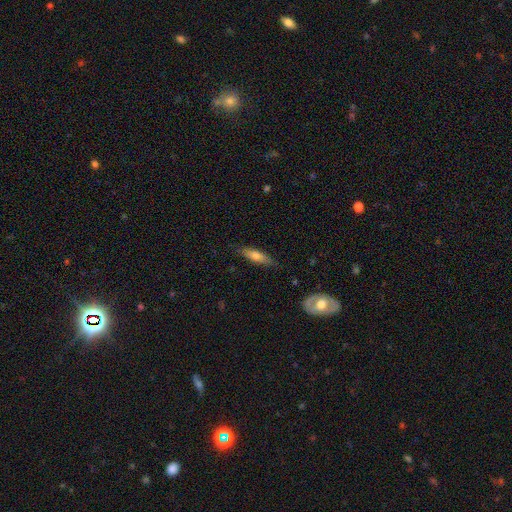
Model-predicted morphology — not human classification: smooth-or-featured: smooth: 58% | featured or disk: 35% | star or artifact: 6%
  how-rounded: cigar-shaped: 65% | in between: 32% | round: 2%
  merging: none: 81% | minor disturbance: 15% | major disturbance: 3% | merger: 1%